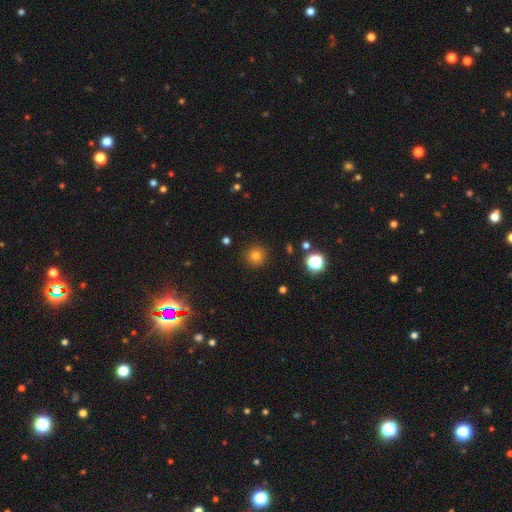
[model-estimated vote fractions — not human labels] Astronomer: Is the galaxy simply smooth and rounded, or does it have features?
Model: smooth — 76%.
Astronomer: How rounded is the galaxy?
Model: round — 95%.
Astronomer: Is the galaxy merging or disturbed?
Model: none — 91%.